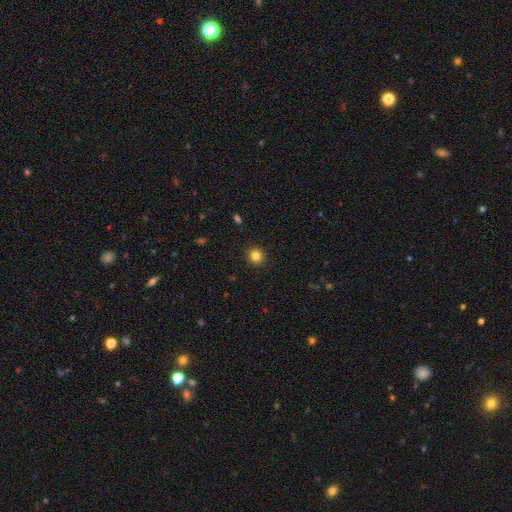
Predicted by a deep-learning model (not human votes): Smooth or featured: smooth — 82% (star or artifact — 12%)
How rounded: round — 90% (in between — 9%)
Merging: none — 92% (minor disturbance — 5%)